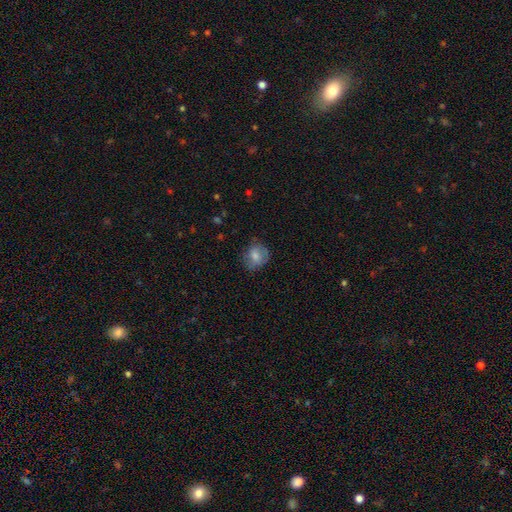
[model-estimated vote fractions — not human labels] smooth_or_featured: smooth (p=0.72) [alt: featured or disk p=0.20]
how_rounded: round (p=0.68) [alt: in between p=0.31]
merging: none (p=0.65) [alt: minor disturbance p=0.24]